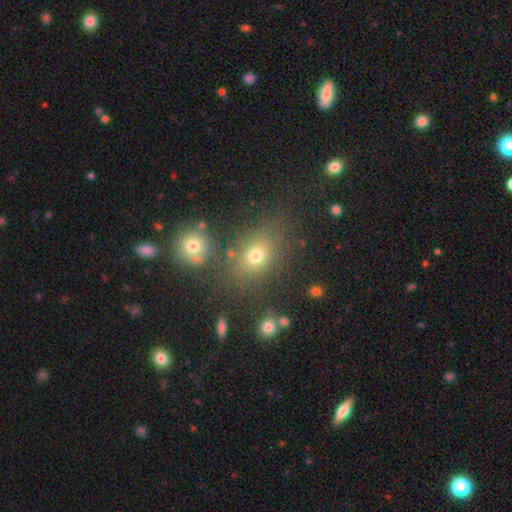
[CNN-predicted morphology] smooth_or_featured: smooth (p=0.70) [alt: star or artifact p=0.18]
how_rounded: in between (p=0.61) [alt: round p=0.36]
merging: none (p=0.71) [alt: minor disturbance p=0.13]